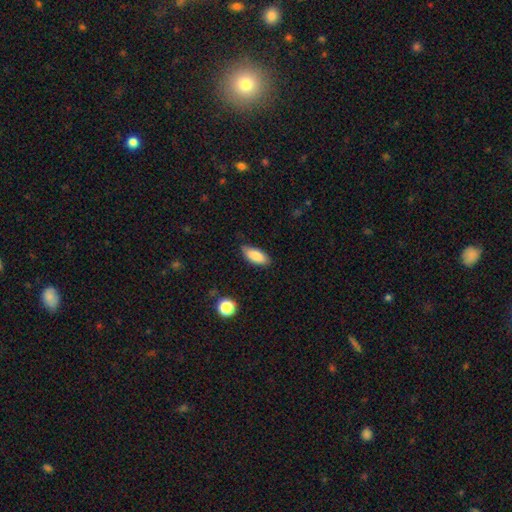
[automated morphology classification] A smooth galaxy with no disk features (85%) that is in between round and cigar-shaped (86%).

Vote fractions:
- Smooth or featured? smooth: 85% / featured or disk: 8% / star or artifact: 7%
- How rounded? in between: 86% / cigar-shaped: 11% / round: 2%
- Merging? none: 76% / minor disturbance: 19% / major disturbance: 3% / merger: 1%